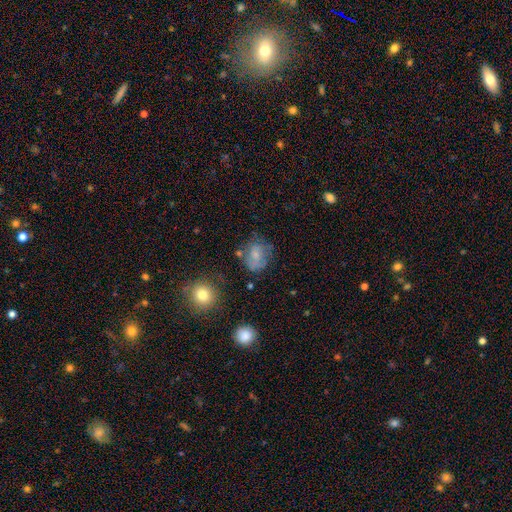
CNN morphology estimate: This is likely a smooth galaxy (63%). How rounded: possibly round (53%). Merging: possibly none (51%).